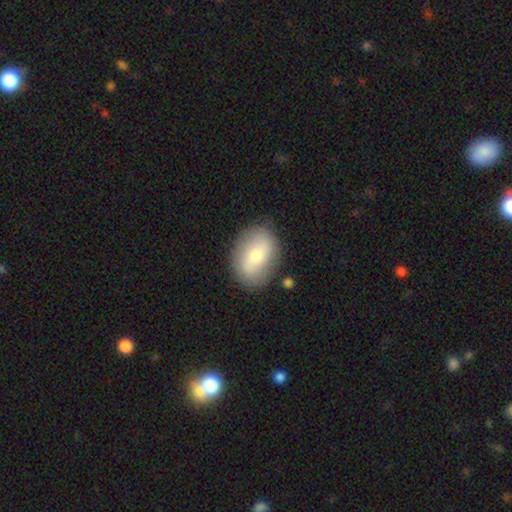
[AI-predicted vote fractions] Q: Smooth or featured?
A: smooth (63%); runner-up: featured or disk (30%)
Q: How rounded?
A: in between (75%); runner-up: round (24%)
Q: Merging?
A: none (81%); runner-up: minor disturbance (12%)